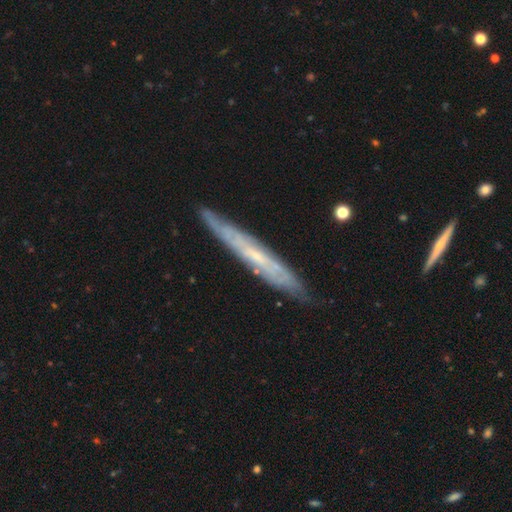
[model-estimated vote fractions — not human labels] Q: Smooth or featured?
A: featured or disk (69%); runner-up: smooth (24%)
Q: Edge-on disk?
A: yes (73%); runner-up: no (27%)
Q: Edge-on bulge?
A: none (70%); runner-up: rounded (26%)
Q: Merging?
A: none (82%); runner-up: minor disturbance (14%)